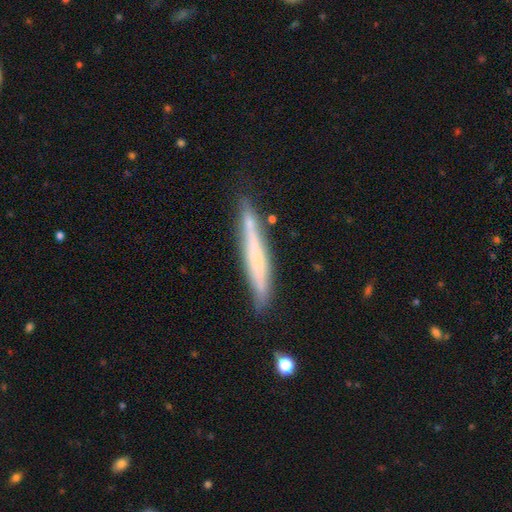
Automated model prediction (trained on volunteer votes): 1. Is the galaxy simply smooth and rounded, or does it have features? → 47% featured or disk, 46% smooth, 7% star or artifact.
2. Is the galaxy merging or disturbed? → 79% none, 15% minor disturbance, 3% merger, 3% major disturbance.